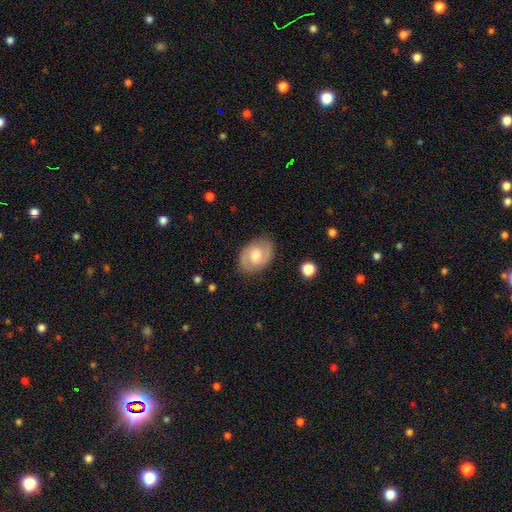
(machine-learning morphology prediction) Smooth or featured?
  - featured or disk: 58% *
  - smooth: 36%
  - star or artifact: 6%
Edge-on disk?
  - no: 96% *
  - yes: 4%
Bar?
  - weak: 46% *
  - no: 43%
  - strong: 11%
Spiral arms?
  - yes: 79% *
  - no: 21%
Bulge size?
  - moderate: 67% *
  - small: 18%
  - large: 12%
  - none: 2%
  - dominant: 1%
Merging?
  - none: 81% *
  - minor disturbance: 14%
  - major disturbance: 4%
  - merger: 1%